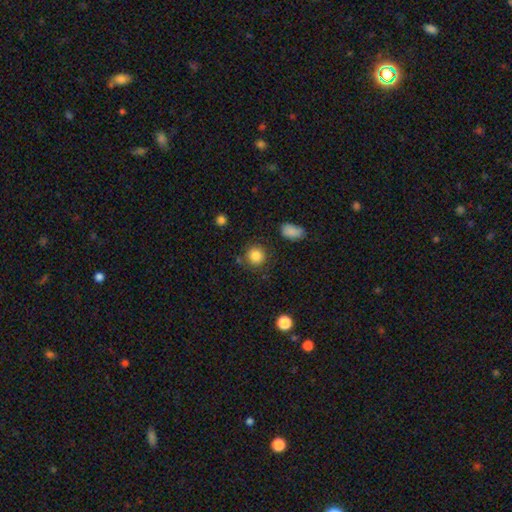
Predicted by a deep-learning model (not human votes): Smooth or featured: smooth — 84% (star or artifact — 10%)
How rounded: round — 90% (in between — 9%)
Merging: none — 84% (minor disturbance — 9%)